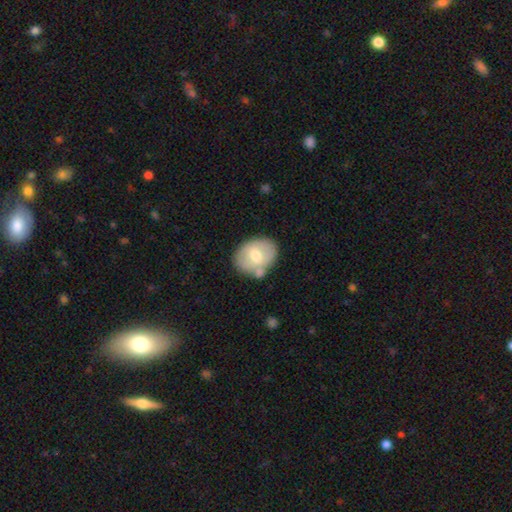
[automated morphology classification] smooth 61%, featured or disk 32%, star or artifact 7%. Down the decision tree: how rounded — in between (65%); merging — none (65%).